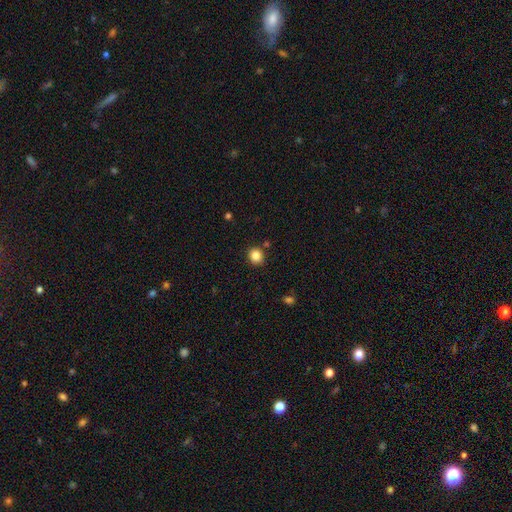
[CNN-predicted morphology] type=smooth (84%); roundness=round (81%); merging=none (87%).